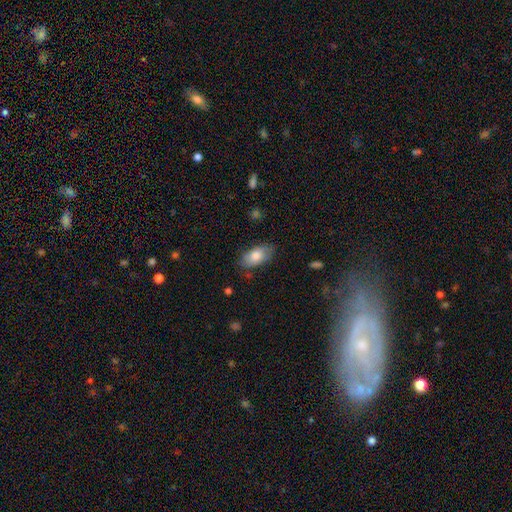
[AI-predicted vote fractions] smooth-or-featured: smooth: 80% | featured or disk: 14% | star or artifact: 6%
  how-rounded: in between: 93% | cigar-shaped: 4% | round: 3%
  merging: none: 76% | minor disturbance: 18% | major disturbance: 4% | merger: 1%